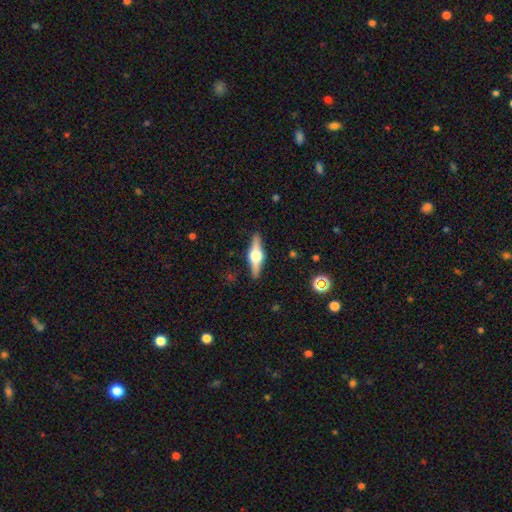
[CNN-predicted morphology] This is likely a featured or disk galaxy (74%). It is clearly viewed edge-on (97%). Edge-on bulge: clearly rounded (95%). Merging: clearly none (89%).